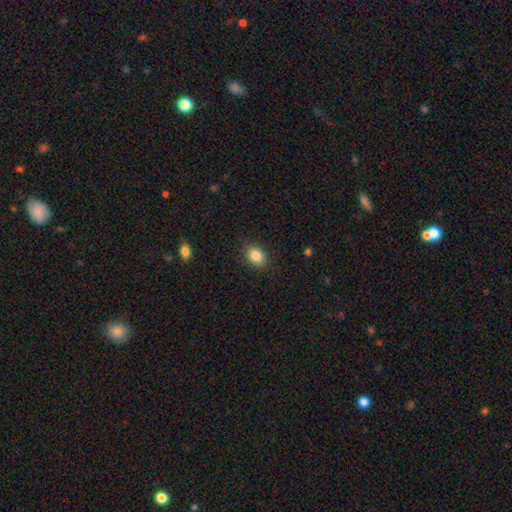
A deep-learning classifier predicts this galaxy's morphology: smooth-or-featured: smooth: 85% | star or artifact: 9% | featured or disk: 6%
  how-rounded: in between: 56% | round: 43% | cigar-shaped: 1%
  merging: none: 87% | minor disturbance: 9% | major disturbance: 2% | merger: 1%